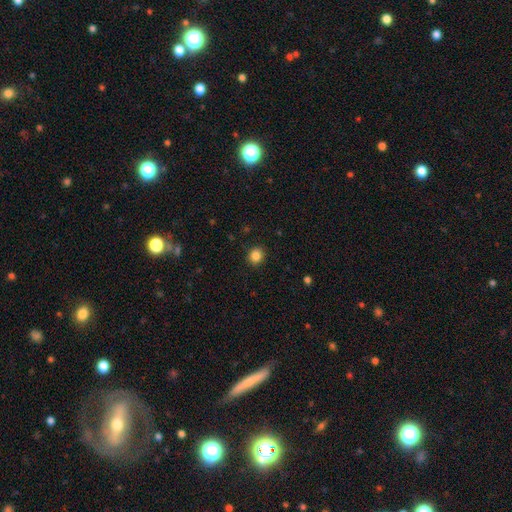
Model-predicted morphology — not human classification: Smooth or featured? smooth (85%)
How rounded? round (81%)
Merging? none (91%)